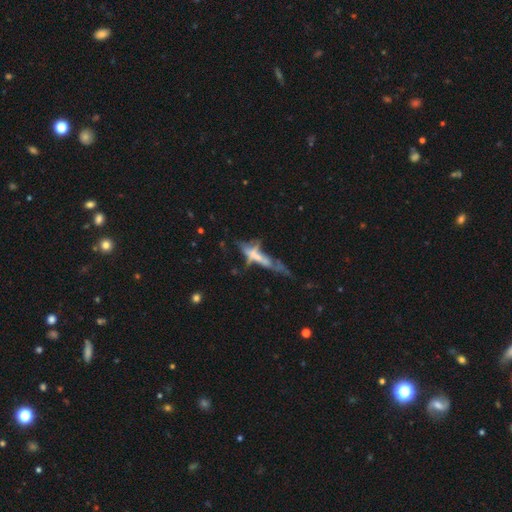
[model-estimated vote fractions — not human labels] This is possibly a featured or disk galaxy (54%). It is possibly viewed edge-on (54%). Merging: marginally merger (34%).